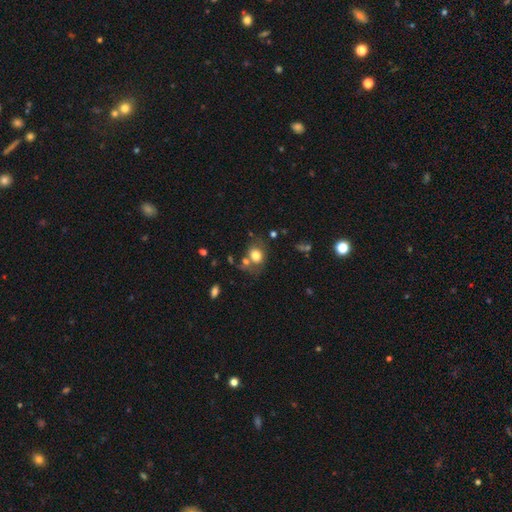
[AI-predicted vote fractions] The model was most divided on "how rounded": round: 52%, in between: 47%, cigar-shaped: 1%. More confident: smooth or featured — smooth (73%); merging — none (52%).